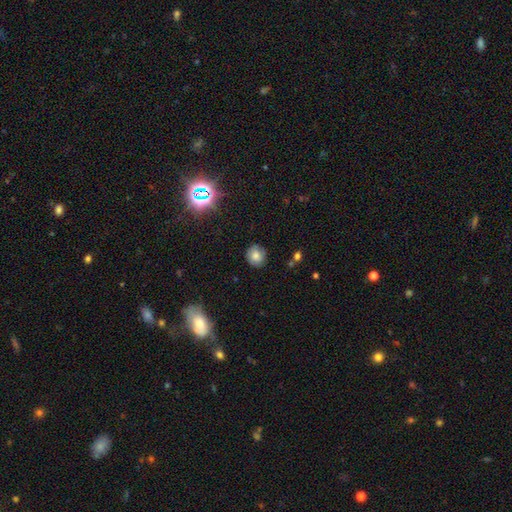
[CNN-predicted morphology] smooth_or_featured: smooth (p=0.71) [alt: featured or disk p=0.16]
how_rounded: round (p=0.81) [alt: in between p=0.18]
merging: none (p=0.82) [alt: minor disturbance p=0.13]